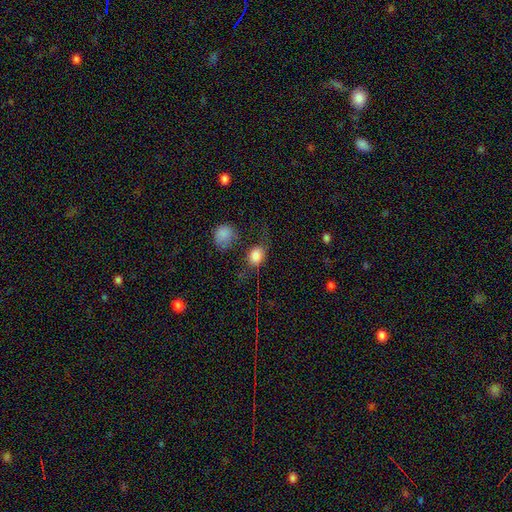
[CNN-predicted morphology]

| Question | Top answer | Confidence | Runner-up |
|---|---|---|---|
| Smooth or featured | smooth | 81% | star or artifact (10%) |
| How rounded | in between | 57% | round (41%) |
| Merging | none | 52% | minor disturbance (22%) |